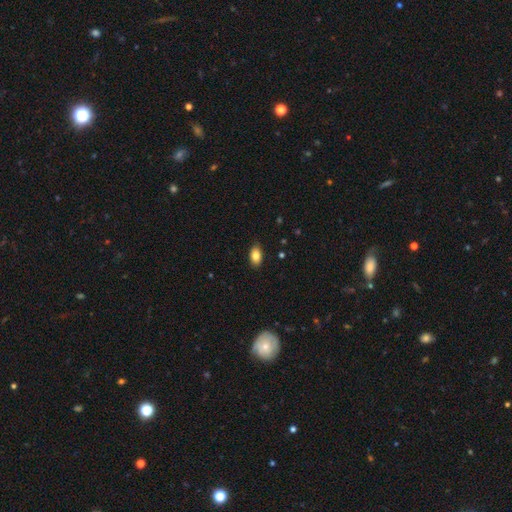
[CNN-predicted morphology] Smooth or featured? smooth (84%)
How rounded? in between (92%)
Merging? none (87%)